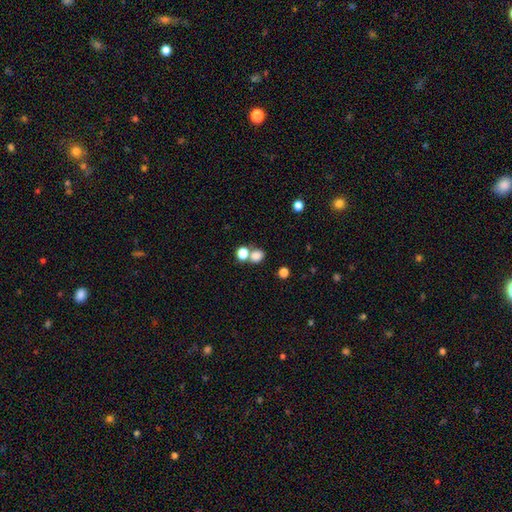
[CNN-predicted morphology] The model was most divided on "merging": none: 49%, merger: 38%, minor disturbance: 9%, major disturbance: 4%. More confident: smooth or featured — smooth (79%); how rounded — round (59%).